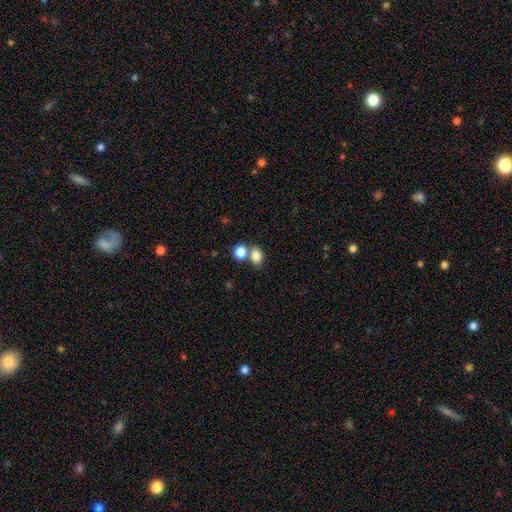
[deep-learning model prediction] Overall: smooth (83%). How rounded: in between (55%; round 44%). Merging: none (48%; merger 41%).